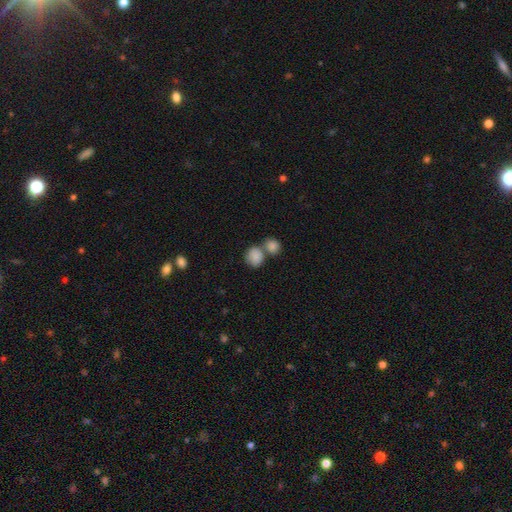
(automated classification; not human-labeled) Morphology: type=smooth (85%); roundness=round (66%); merging=merger (50%).